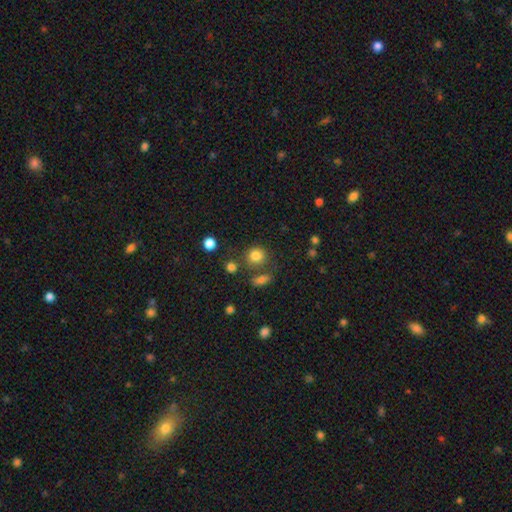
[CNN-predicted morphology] This appears to be a smooth galaxy with no disk features (80%) that is round (79%). Merging: none (65%).